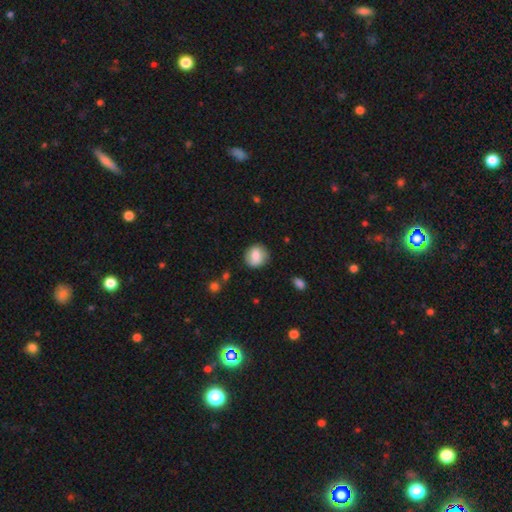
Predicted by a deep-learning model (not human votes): smooth 78%, featured or disk 14%, star or artifact 8%. Down the decision tree: how rounded — round (83%); merging — none (83%).